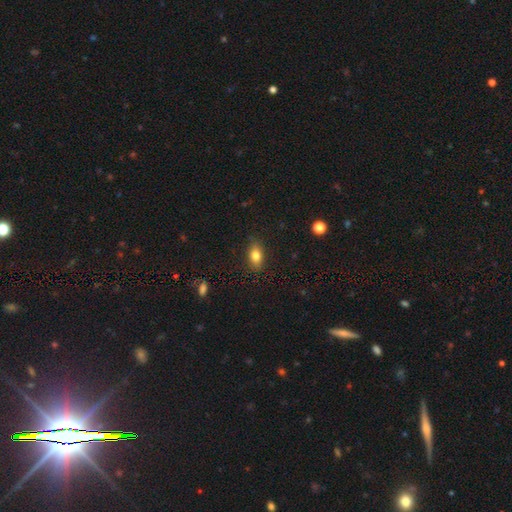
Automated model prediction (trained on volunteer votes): Smooth or featured?
  - smooth: 81% *
  - featured or disk: 10%
  - star or artifact: 9%
How rounded?
  - in between: 83% *
  - round: 11%
  - cigar-shaped: 5%
Merging?
  - none: 86% *
  - minor disturbance: 11%
  - major disturbance: 2%
  - merger: 1%